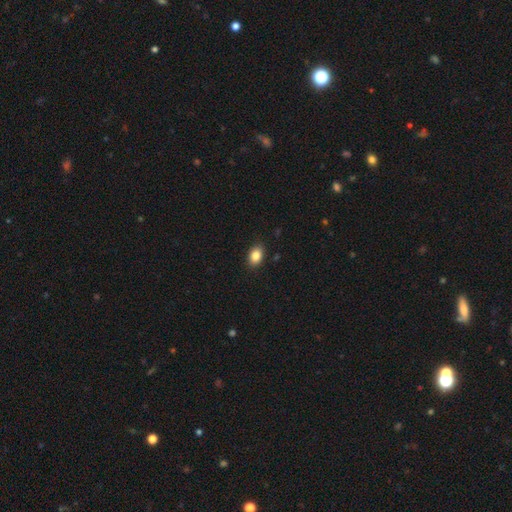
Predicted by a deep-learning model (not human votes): This appears to be a smooth galaxy with no disk features (86%) that is in between round and cigar-shaped (80%). Merging: none (88%).